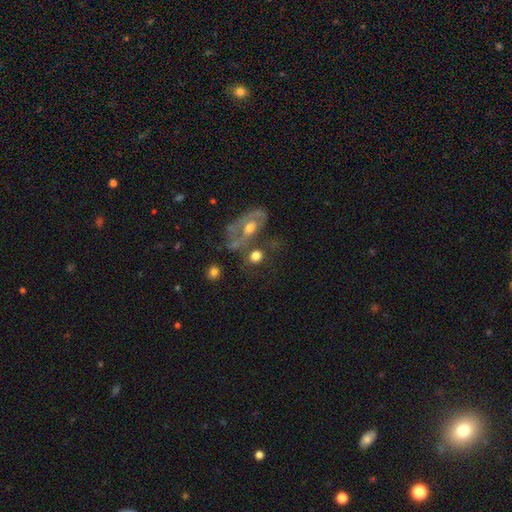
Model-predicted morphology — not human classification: This is likely a smooth galaxy (67%). How rounded: likely round (72%). Merging: possibly none (52%).